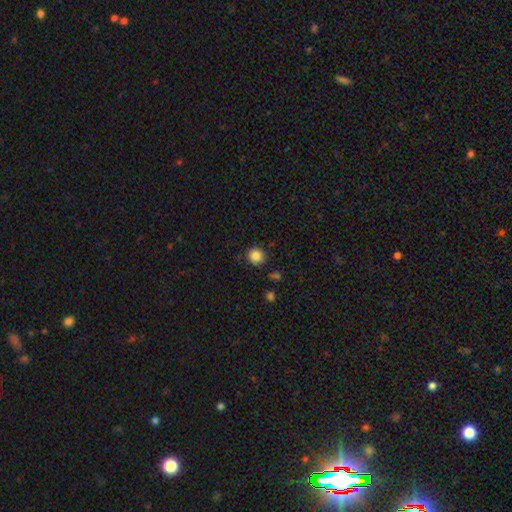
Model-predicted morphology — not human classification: The model was most divided on "smooth or featured": smooth: 85%, star or artifact: 11%, featured or disk: 4%. More confident: how rounded — round (89%); merging — none (87%).